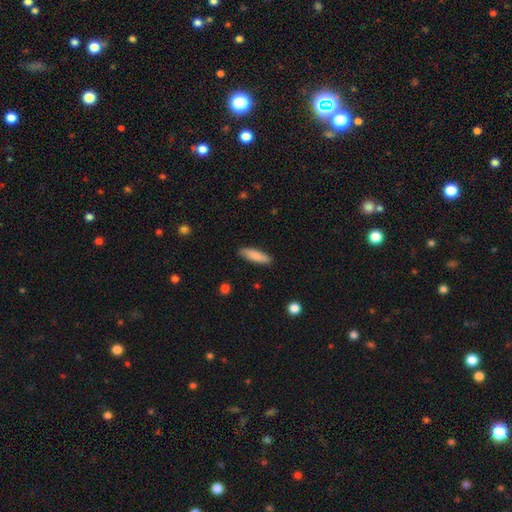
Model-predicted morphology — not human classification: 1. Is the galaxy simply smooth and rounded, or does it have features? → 84% smooth, 10% featured or disk, 6% star or artifact.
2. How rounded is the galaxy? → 61% cigar-shaped, 37% in between, 2% round.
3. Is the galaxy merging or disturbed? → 87% none, 10% minor disturbance, 2% major disturbance, 1% merger.